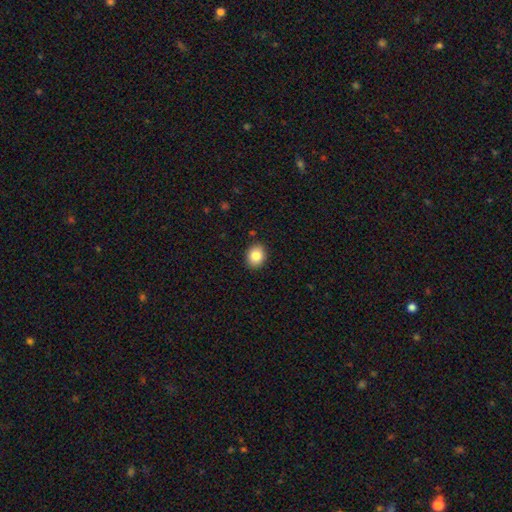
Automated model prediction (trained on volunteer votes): Smooth or featured? Predicted: smooth (p=0.84). How rounded? Predicted: round (p=0.55). Merging? Predicted: none (p=0.89).